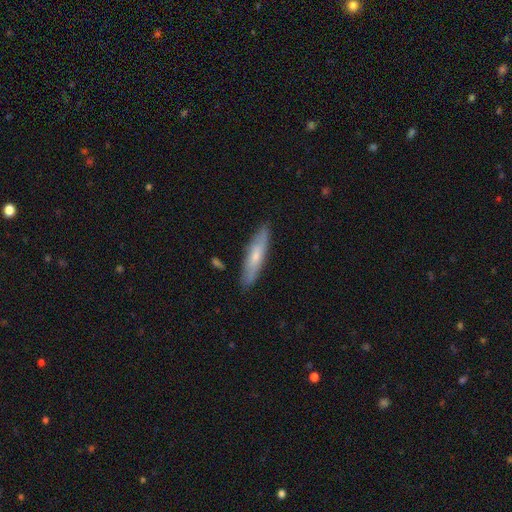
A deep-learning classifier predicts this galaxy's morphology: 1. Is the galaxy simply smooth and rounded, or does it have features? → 58% smooth, 36% featured or disk, 6% star or artifact.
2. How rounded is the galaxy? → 81% cigar-shaped, 17% in between, 2% round.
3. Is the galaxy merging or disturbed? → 86% none, 11% minor disturbance, 2% major disturbance, 1% merger.